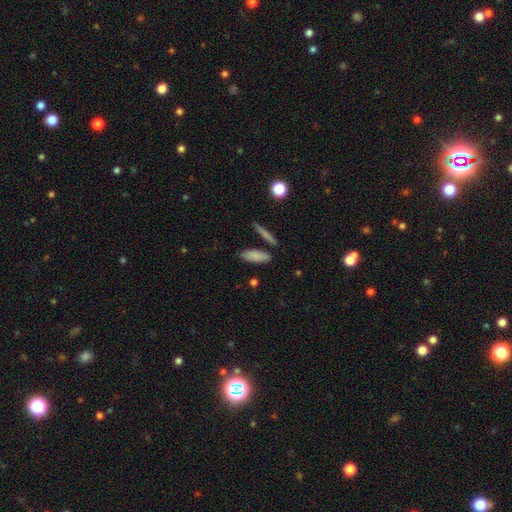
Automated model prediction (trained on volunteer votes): The model was most divided on "how rounded": in between: 58%, cigar-shaped: 39%, round: 3%. More confident: smooth or featured — smooth (83%); merging — none (79%).